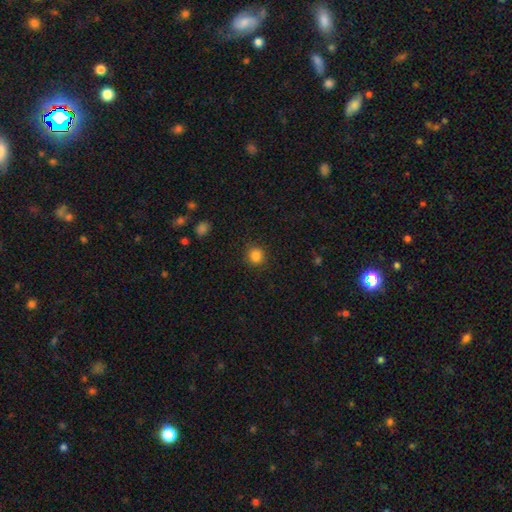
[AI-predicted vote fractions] Smooth or featured? smooth (85%)
How rounded? round (87%)
Merging? none (88%)